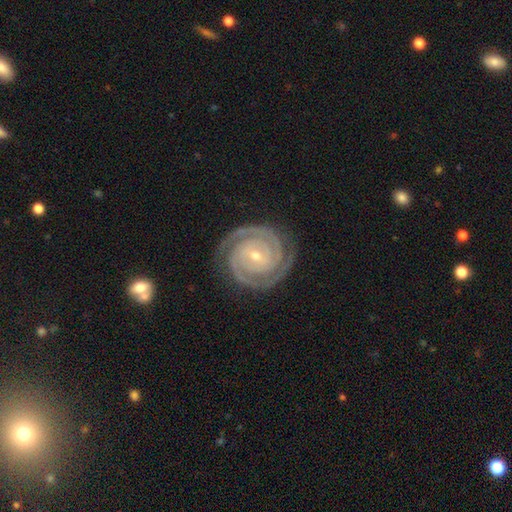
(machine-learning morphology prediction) A featured or disk galaxy (93%) with no bar (52%), 2 (82%) tight (88%) spiral arms (99%) and a small central bulge (70%).

Vote fractions:
- Smooth or featured? featured or disk: 93% / star or artifact: 4% / smooth: 3%
- Edge-on disk? no: 98% / yes: 2%
- Bar? no: 52% / weak: 29% / strong: 19%
- Spiral arms? yes: 99% / no: 1%
- Spiral winding? tight: 88% / medium: 11% / loose: 1%
- Spiral arm count? 2: 82% / 3: 9% / can't tell: 3% / 4: 2% / more than 4: 2% / 1: 2%
- Bulge size? small: 70% / moderate: 27% / large: 1% / none: 1% / dominant: 1%
- Merging? none: 85% / minor disturbance: 11% / major disturbance: 3% / merger: 1%